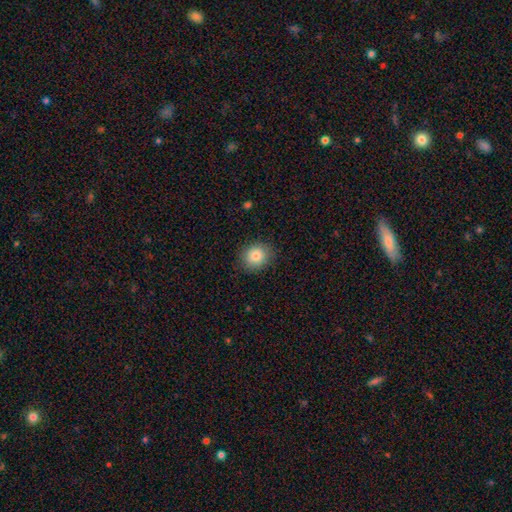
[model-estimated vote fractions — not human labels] Q: Smooth or featured?
A: smooth (84%); runner-up: star or artifact (10%)
Q: How rounded?
A: round (73%); runner-up: in between (26%)
Q: Merging?
A: none (87%); runner-up: minor disturbance (9%)